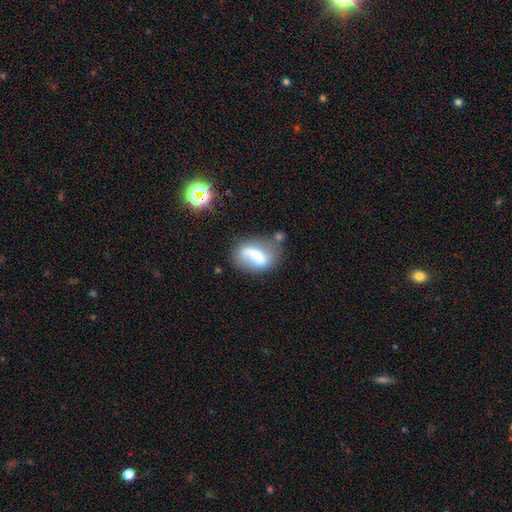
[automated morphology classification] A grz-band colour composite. It shows a smooth galaxy with no disk features (54%) that is in between round and cigar-shaped (79%). Merging: none (47%).